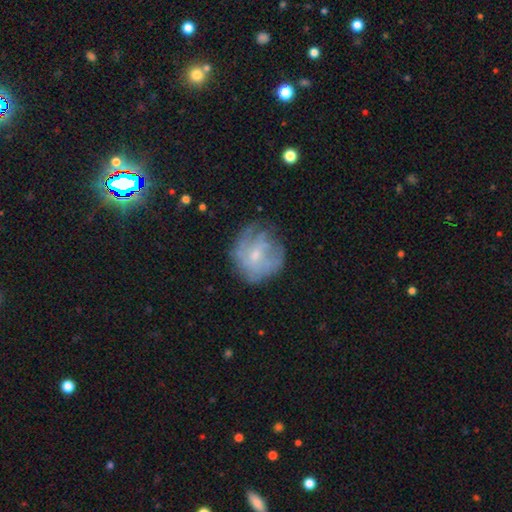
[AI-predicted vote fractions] Q: Smooth or featured?
A: featured or disk (53%); runner-up: smooth (37%)
Q: Edge-on disk?
A: no (97%); runner-up: yes (3%)
Q: Bar?
A: no (67%); runner-up: weak (29%)
Q: Spiral arms?
A: yes (58%); runner-up: no (42%)
Q: Bulge size?
A: small (70%); runner-up: moderate (22%)
Q: Merging?
A: none (55%); runner-up: minor disturbance (26%)